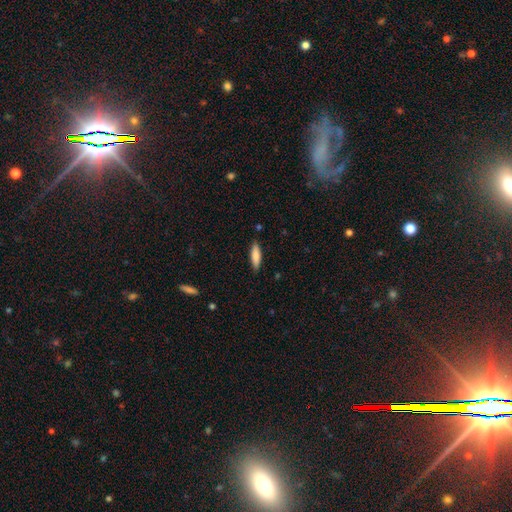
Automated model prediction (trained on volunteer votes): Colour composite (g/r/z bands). It shows a smooth galaxy with no disk features (81%) that is cigar-shaped (63%). Merging: none (87%).